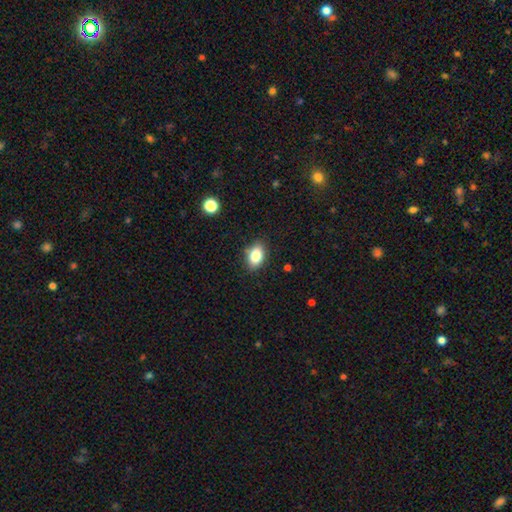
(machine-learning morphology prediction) Q: Smooth or featured?
A: smooth (83%); runner-up: star or artifact (9%)
Q: How rounded?
A: in between (86%); runner-up: round (12%)
Q: Merging?
A: none (85%); runner-up: minor disturbance (11%)